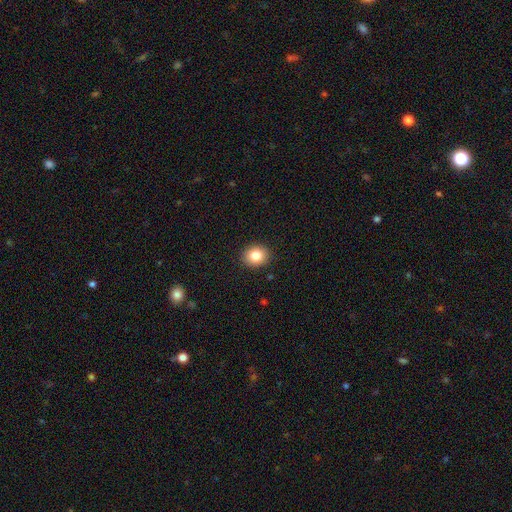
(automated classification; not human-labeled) smooth 84%, star or artifact 9%, featured or disk 6%. Down the decision tree: how rounded — round (61%); merging — none (91%).